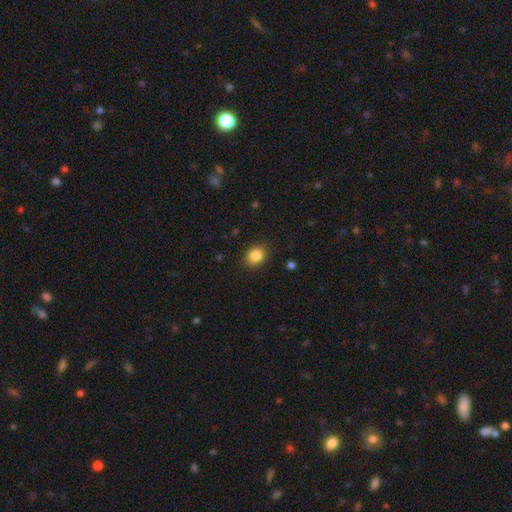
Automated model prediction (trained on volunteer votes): Smooth or featured? Predicted: smooth (p=0.86). How rounded? Predicted: round (p=0.50). Merging? Predicted: none (p=0.86).